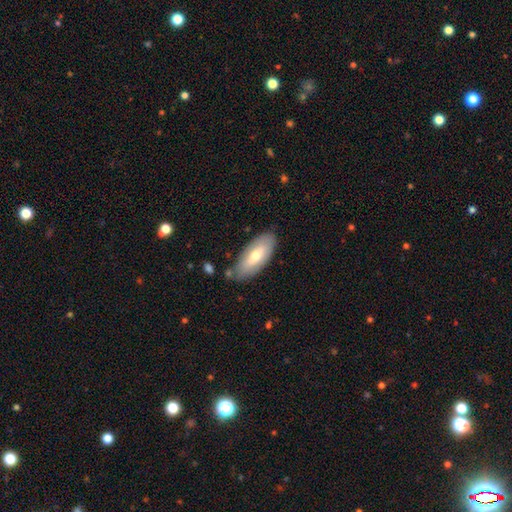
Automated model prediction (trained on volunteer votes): Smooth or featured: smooth — 63% (featured or disk — 31%)
How rounded: in between — 82% (cigar-shaped — 16%)
Merging: none — 80% (minor disturbance — 14%)